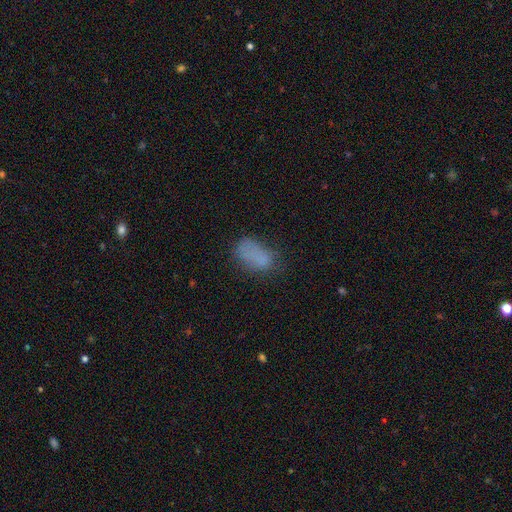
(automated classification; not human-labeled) Smooth or featured: smooth — 74% (star or artifact — 13%)
How rounded: in between — 90% (round — 7%)
Merging: none — 48% (minor disturbance — 28%)